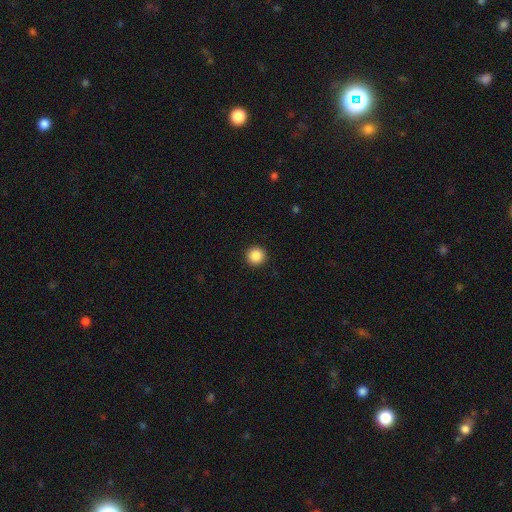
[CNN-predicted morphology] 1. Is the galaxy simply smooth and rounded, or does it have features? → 88% smooth, 10% star or artifact, 3% featured or disk.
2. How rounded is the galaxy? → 95% round, 4% in between, 1% cigar-shaped.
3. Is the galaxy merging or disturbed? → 93% none, 4% minor disturbance, 2% major disturbance, 1% merger.